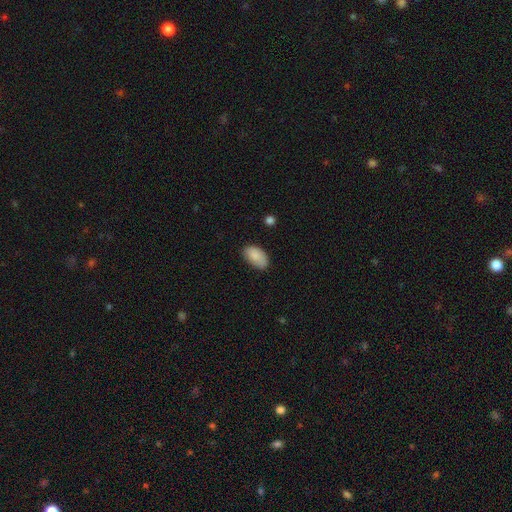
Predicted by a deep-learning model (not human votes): This is clearly a smooth galaxy (88%). How rounded: clearly in between (94%). Merging: likely none (75%).